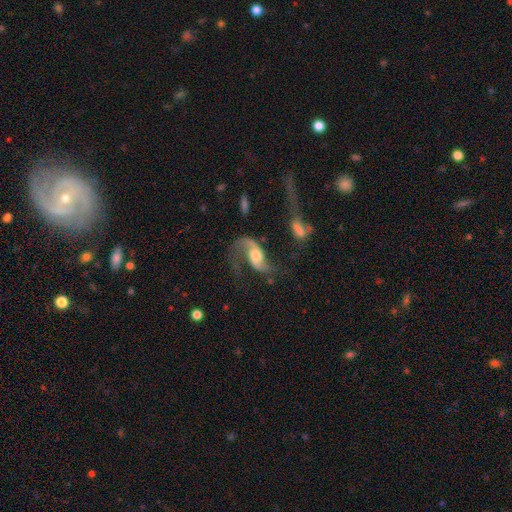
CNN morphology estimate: The model was most divided on "merging": none: 44%, major disturbance: 26%, minor disturbance: 18%, merger: 12%. More confident: edge-on disk — no (96%); spiral arms — yes (95%); spiral arm count — 2 (84%); smooth or featured — featured or disk (83%); spiral winding — loose (71%); bar — no (55%); bulge size — moderate (52%).